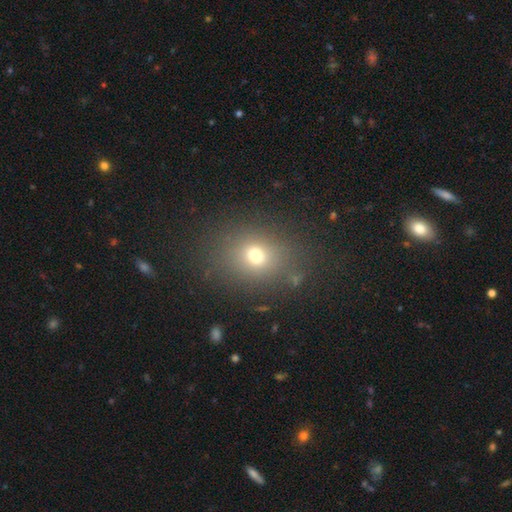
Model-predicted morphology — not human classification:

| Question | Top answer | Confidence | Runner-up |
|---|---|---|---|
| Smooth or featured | smooth | 69% | star or artifact (20%) |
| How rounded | round | 59% | in between (40%) |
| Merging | none | 81% | minor disturbance (11%) |